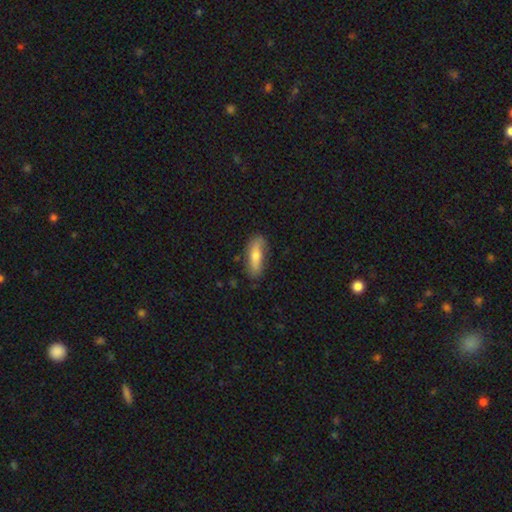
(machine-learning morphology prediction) A smooth galaxy with no disk features (63%) that is cigar-shaped (52%). Merging: none (78%).